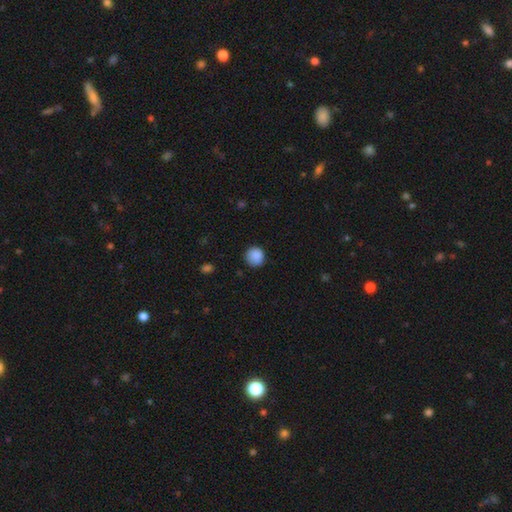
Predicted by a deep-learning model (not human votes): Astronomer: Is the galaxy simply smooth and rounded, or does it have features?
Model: smooth — 88%.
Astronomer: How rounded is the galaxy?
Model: round — 93%.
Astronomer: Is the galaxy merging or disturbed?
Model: none — 85%.